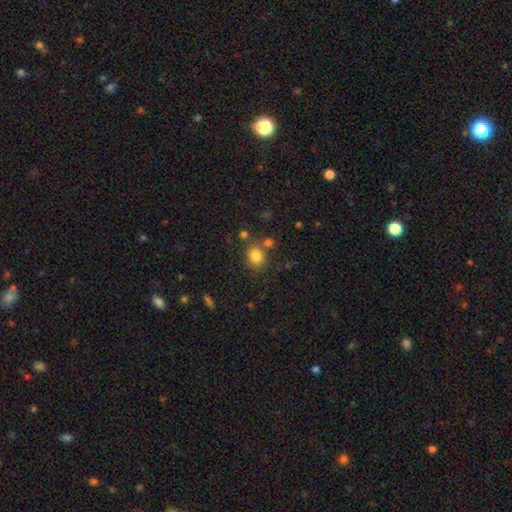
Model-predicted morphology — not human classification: This appears to be a smooth galaxy with no disk features (81%) that is round (66%). Merging: none (71%).